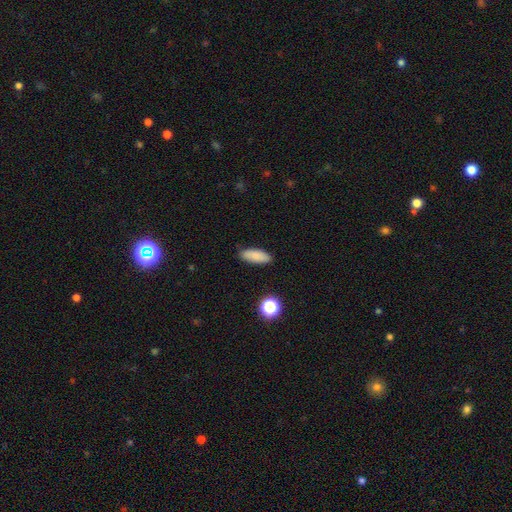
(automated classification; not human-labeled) smooth_or_featured: smooth (p=0.85) [alt: star or artifact p=0.08]
how_rounded: in between (p=0.71) [alt: cigar-shaped p=0.27]
merging: none (p=0.85) [alt: minor disturbance p=0.11]